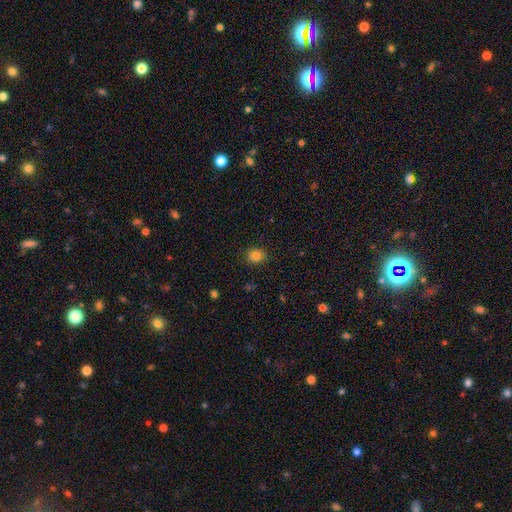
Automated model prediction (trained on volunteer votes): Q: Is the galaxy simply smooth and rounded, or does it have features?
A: smooth — 83%.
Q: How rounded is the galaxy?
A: round — 71%.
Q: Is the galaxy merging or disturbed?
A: none — 88%.